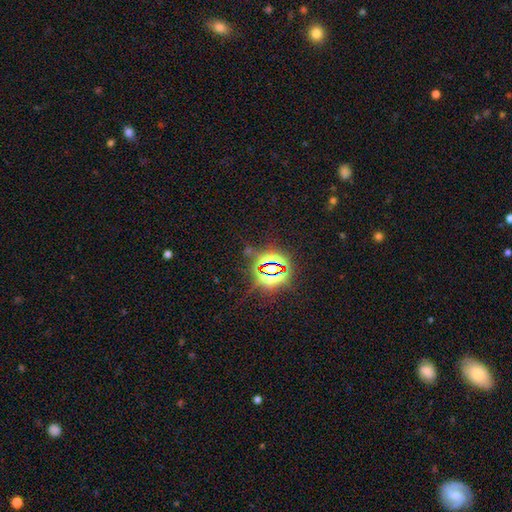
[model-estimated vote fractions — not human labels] This appears to be a star or artifact, not a galaxy (83%).